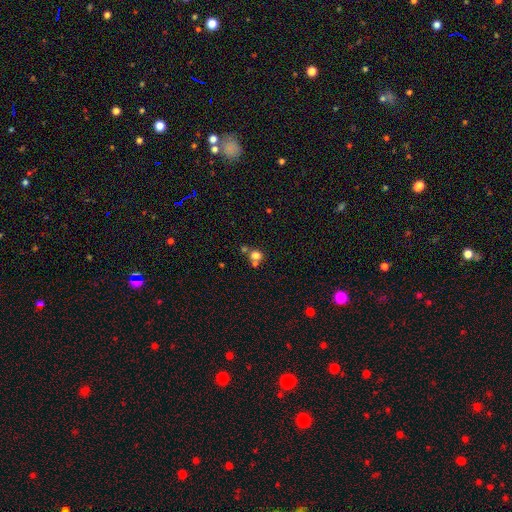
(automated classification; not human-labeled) A smooth galaxy with no disk features (75%) that is round (74%).

Vote fractions:
- Smooth or featured? smooth: 75% / star or artifact: 15% / featured or disk: 9%
- How rounded? round: 74% / in between: 25% / cigar-shaped: 1%
- Merging? none: 50% / merger: 38% / minor disturbance: 8% / major disturbance: 4%